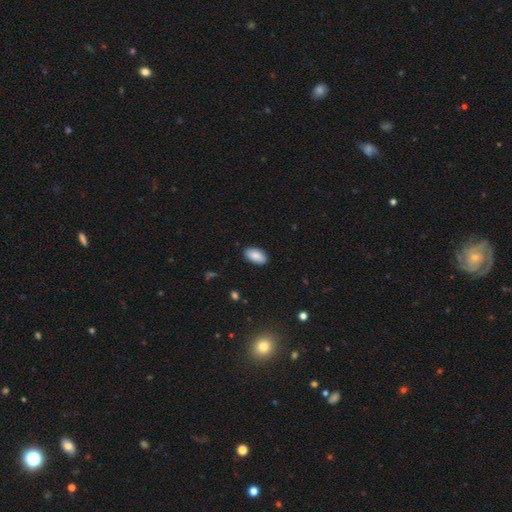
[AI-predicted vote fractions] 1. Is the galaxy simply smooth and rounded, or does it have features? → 88% smooth, 7% star or artifact, 5% featured or disk.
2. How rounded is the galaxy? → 95% in between, 3% round, 2% cigar-shaped.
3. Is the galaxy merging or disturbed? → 88% none, 9% minor disturbance, 2% major disturbance, 1% merger.